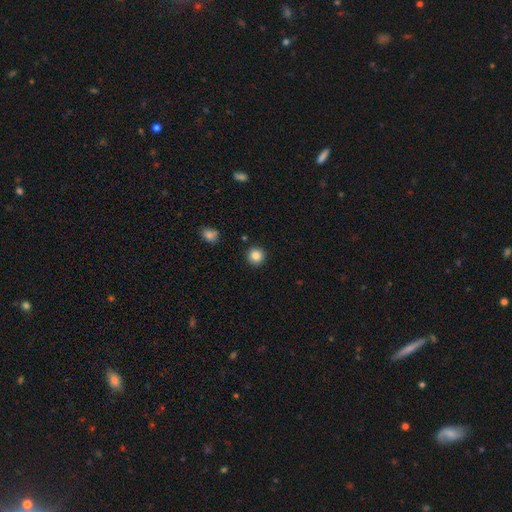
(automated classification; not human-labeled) Smooth or featured? Predicted: smooth (p=0.86). How rounded? Predicted: round (p=0.95). Merging? Predicted: none (p=0.91).